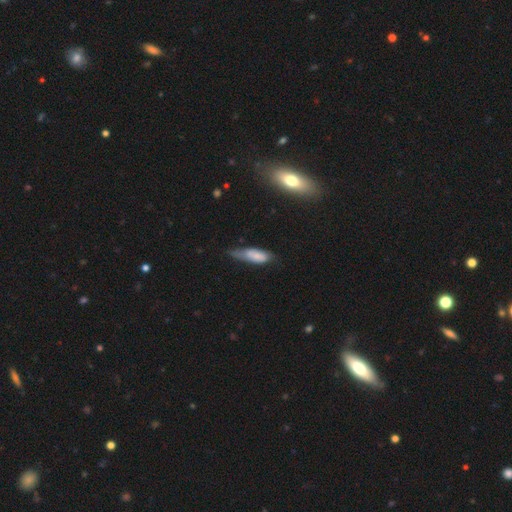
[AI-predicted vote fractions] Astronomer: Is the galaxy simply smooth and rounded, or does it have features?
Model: smooth — 70%.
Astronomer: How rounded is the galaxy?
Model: in between — 56% (runner-up: cigar-shaped, 42%).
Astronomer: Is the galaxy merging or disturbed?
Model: none — 41%, tied with minor disturbance at 41%.